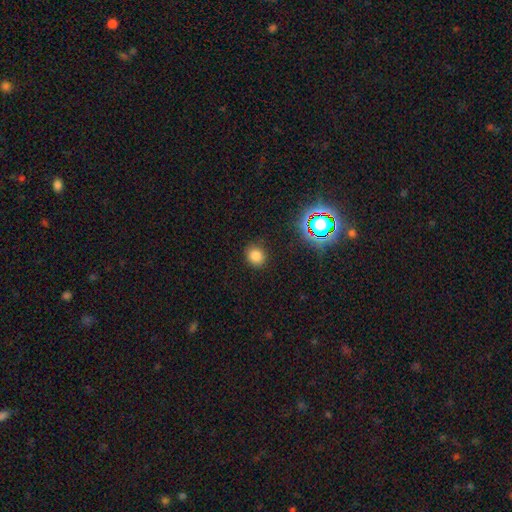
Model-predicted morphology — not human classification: Q: Smooth or featured?
A: smooth (78%); runner-up: star or artifact (17%)
Q: How rounded?
A: round (74%); runner-up: in between (25%)
Q: Merging?
A: none (87%); runner-up: minor disturbance (9%)